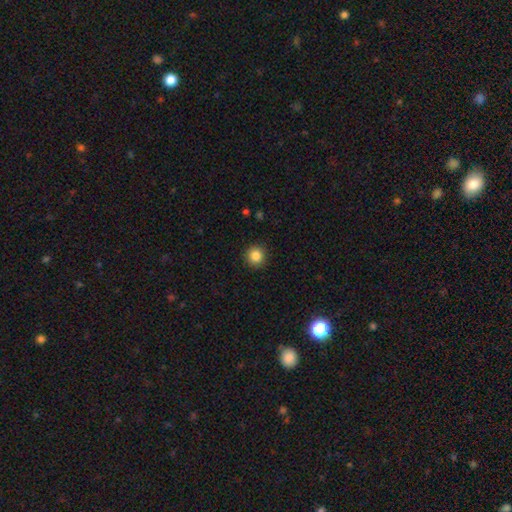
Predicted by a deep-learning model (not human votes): A smooth galaxy with no disk features (84%) that is round (94%). Merging: none (92%).